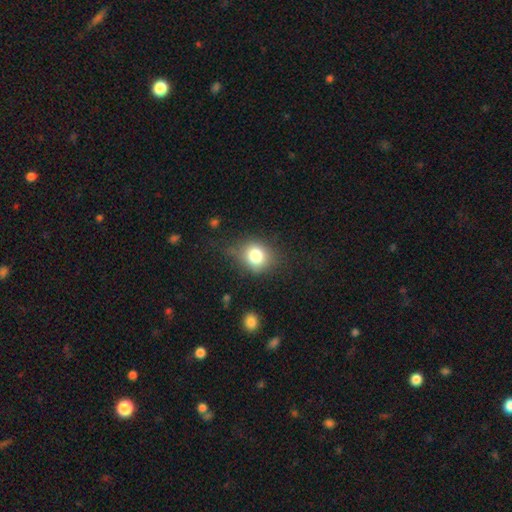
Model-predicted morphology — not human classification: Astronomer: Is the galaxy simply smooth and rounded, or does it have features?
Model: smooth — 78%.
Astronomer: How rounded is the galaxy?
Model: round — 73%.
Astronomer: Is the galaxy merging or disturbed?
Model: none — 70%.